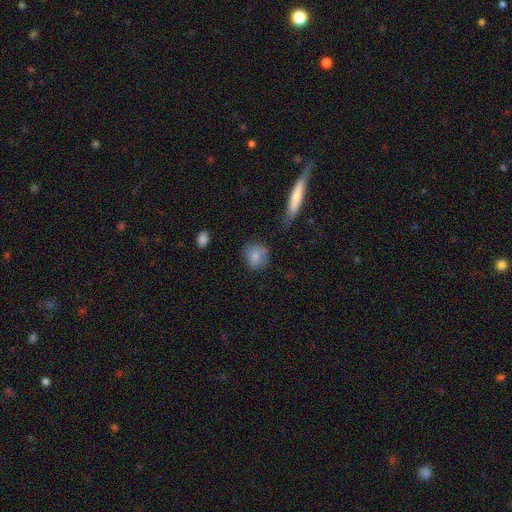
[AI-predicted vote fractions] Q: Smooth or featured?
A: smooth (84%); runner-up: featured or disk (8%)
Q: How rounded?
A: round (77%); runner-up: in between (21%)
Q: Merging?
A: none (73%); runner-up: minor disturbance (19%)